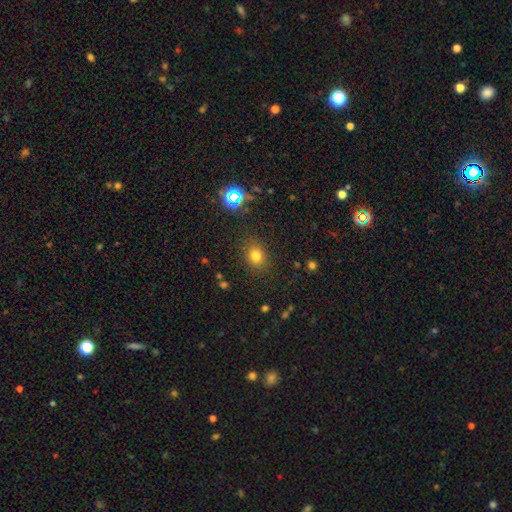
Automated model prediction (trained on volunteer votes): Smooth or featured?
  - smooth: 74% *
  - star or artifact: 18%
  - featured or disk: 7%
How rounded?
  - round: 62% *
  - in between: 37%
  - cigar-shaped: 1%
Merging?
  - none: 84% *
  - minor disturbance: 10%
  - major disturbance: 4%
  - merger: 2%